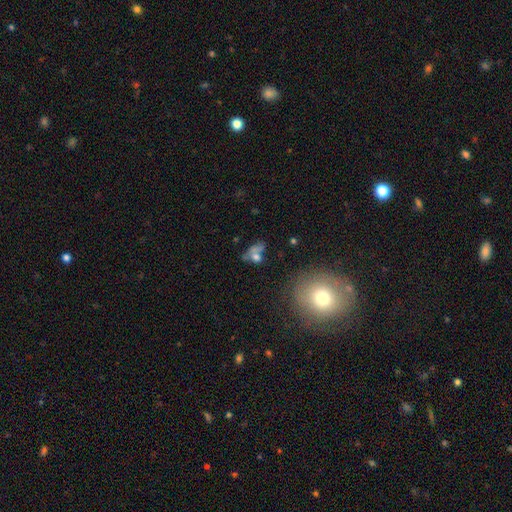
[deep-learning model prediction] Morphology: type=smooth (60%); roundness=in between (64%); merging=merger (35%).